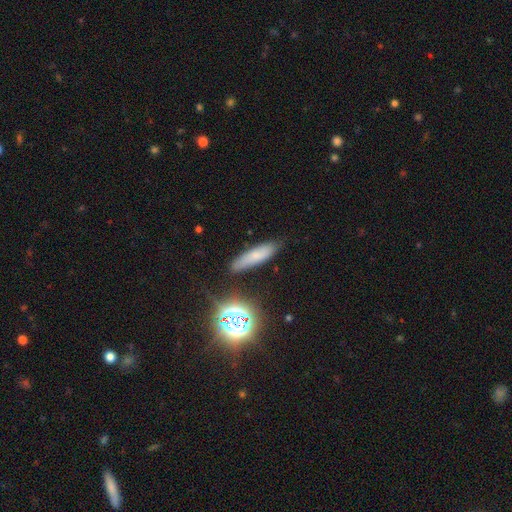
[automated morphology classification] smooth-or-featured: smooth: 65% | featured or disk: 20% | star or artifact: 16%
  how-rounded: cigar-shaped: 68% | in between: 28% | round: 3%
  merging: none: 80% | minor disturbance: 14% | major disturbance: 3% | merger: 2%